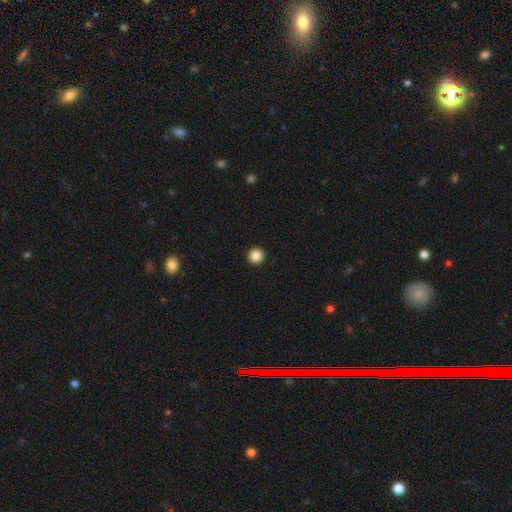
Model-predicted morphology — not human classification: Smooth or featured: smooth — 85% (star or artifact — 11%)
How rounded: round — 96% (in between — 3%)
Merging: none — 94% (minor disturbance — 3%)